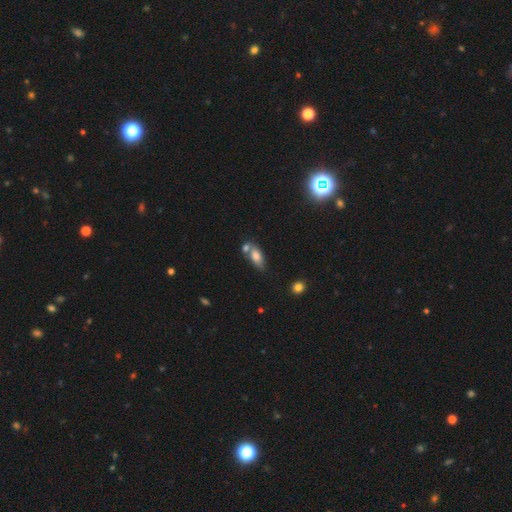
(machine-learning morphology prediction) Smooth or featured? smooth (76%)
How rounded? in between (84%)
Merging? none (42%)